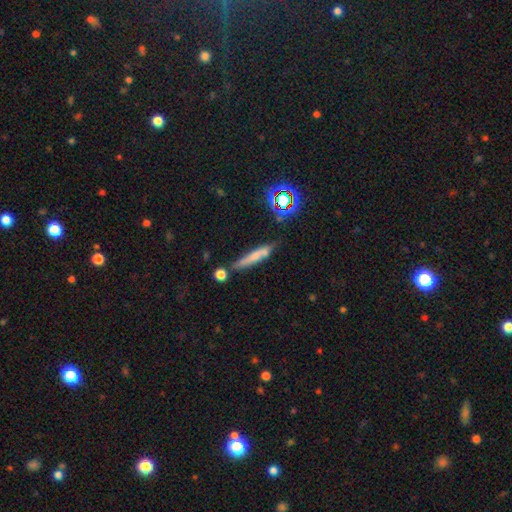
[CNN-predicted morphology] A smooth galaxy with no disk features (61%) that is cigar-shaped (88%). Merging: none (65%).